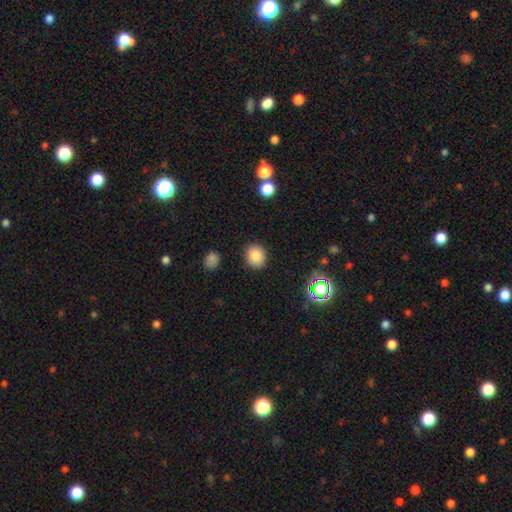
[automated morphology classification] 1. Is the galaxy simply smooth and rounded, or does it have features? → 85% smooth, 10% star or artifact, 5% featured or disk.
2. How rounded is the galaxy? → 70% round, 29% in between, 1% cigar-shaped.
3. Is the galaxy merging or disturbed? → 88% none, 8% minor disturbance, 2% major disturbance, 2% merger.